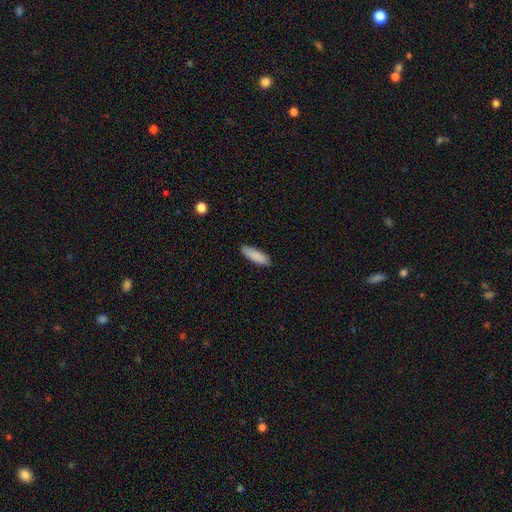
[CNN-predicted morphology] The model was most divided on "how rounded": in between: 52%, cigar-shaped: 47%, round: 1%. More confident: smooth or featured — smooth (89%); merging — none (88%).